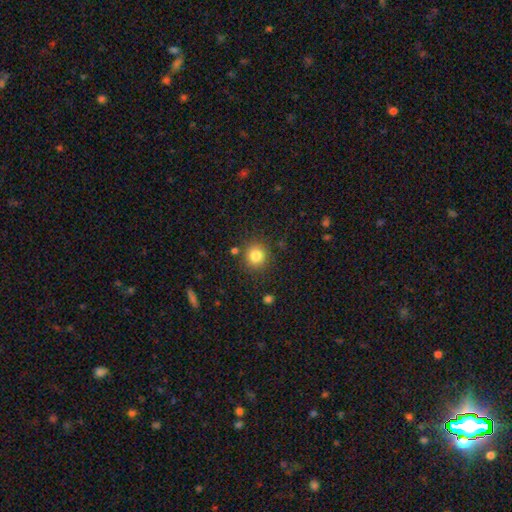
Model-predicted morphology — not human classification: smooth_or_featured: smooth (p=0.83) [alt: star or artifact p=0.11]
how_rounded: round (p=0.91) [alt: in between p=0.08]
merging: none (p=0.85) [alt: minor disturbance p=0.08]